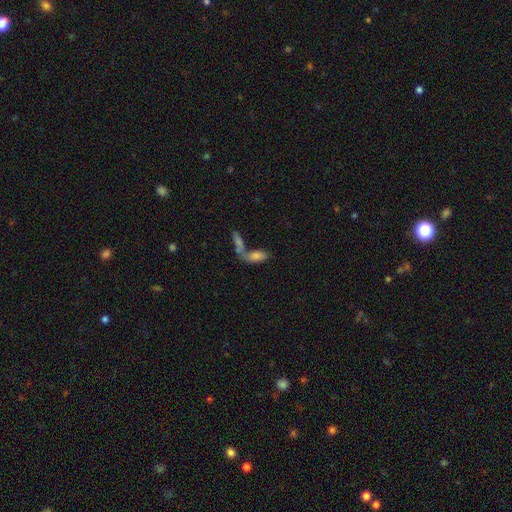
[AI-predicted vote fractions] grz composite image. It shows a smooth galaxy with no disk features (73%) that is in between round and cigar-shaped (79%). Merging: merger (57%).